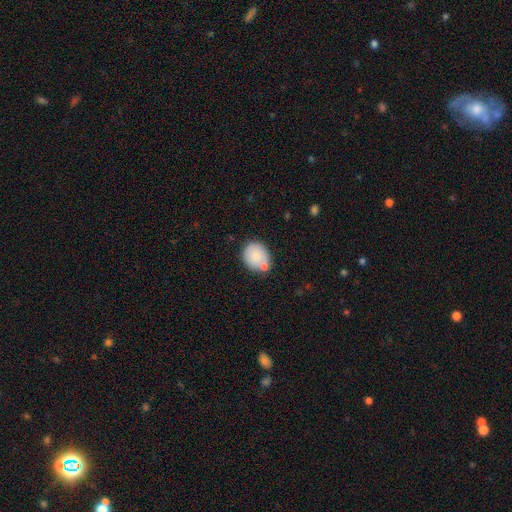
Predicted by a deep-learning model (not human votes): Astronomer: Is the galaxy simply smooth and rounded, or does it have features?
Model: smooth — 79%.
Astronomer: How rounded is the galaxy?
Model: round — 61% (runner-up: in between, 38%).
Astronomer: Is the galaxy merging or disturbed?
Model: none — 60%.